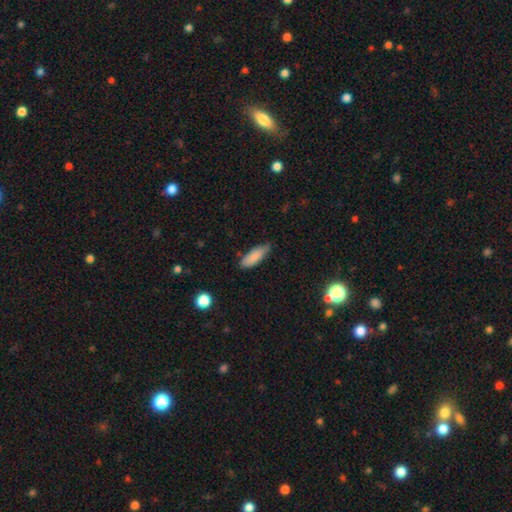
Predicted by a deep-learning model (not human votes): Morphology: type=smooth (84%); roundness=in between (63%); merging=none (70%).